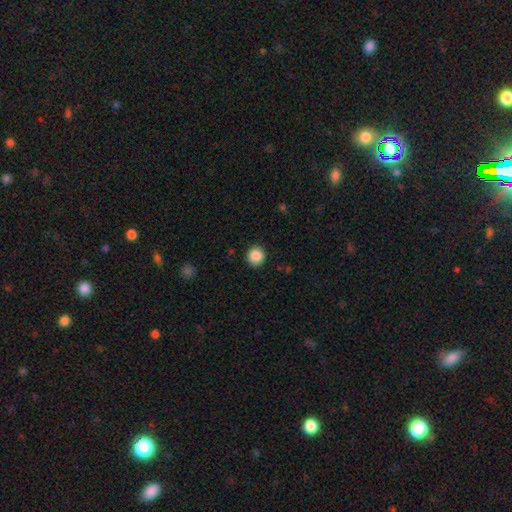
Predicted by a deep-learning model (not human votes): The model was most divided on "smooth or featured": smooth: 87%, star or artifact: 9%, featured or disk: 3%. More confident: merging — none (91%); how rounded — round (90%).